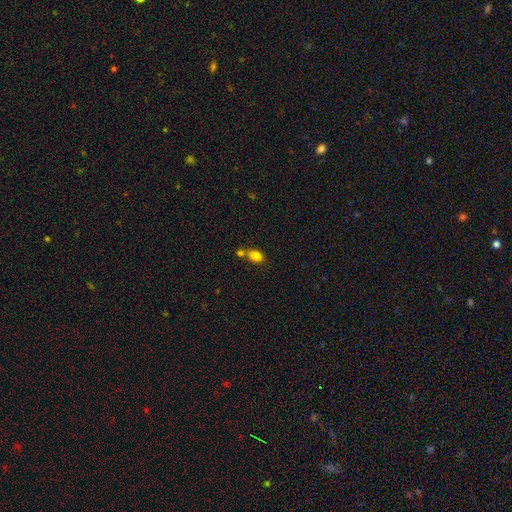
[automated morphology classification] smooth 82%, star or artifact 11%, featured or disk 7%. Down the decision tree: how rounded — in between (83%); merging — none (48%).